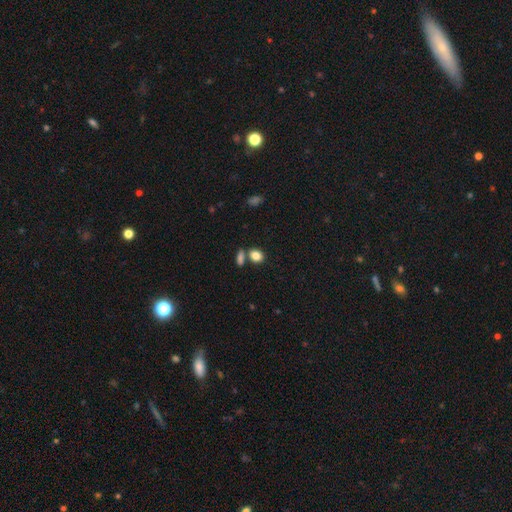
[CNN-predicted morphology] Smooth or featured? Predicted: smooth (p=0.84). How rounded? Predicted: in between (p=0.56). Merging? Predicted: none (p=0.61).